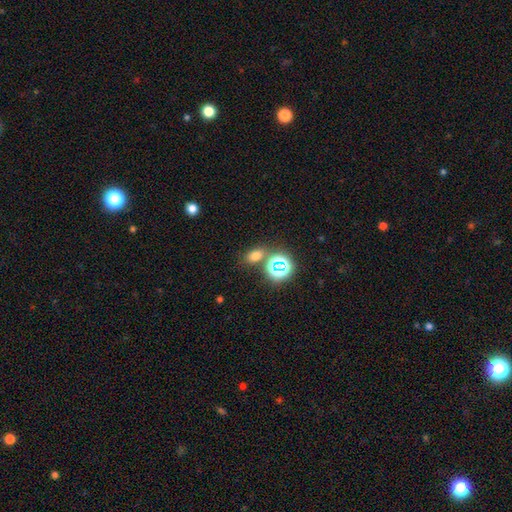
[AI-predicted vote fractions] Smooth or featured?
  - smooth: 65% *
  - star or artifact: 27%
  - featured or disk: 8%
How rounded?
  - in between: 70% *
  - round: 27%
  - cigar-shaped: 2%
Merging?
  - none: 71% *
  - merger: 15%
  - minor disturbance: 10%
  - major disturbance: 4%